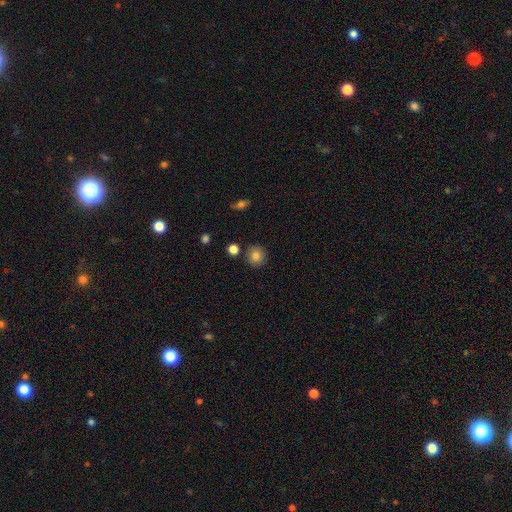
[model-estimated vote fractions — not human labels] The model was most divided on "smooth or featured": smooth: 82%, star or artifact: 10%, featured or disk: 8%. More confident: how rounded — round (91%); merging — none (87%).